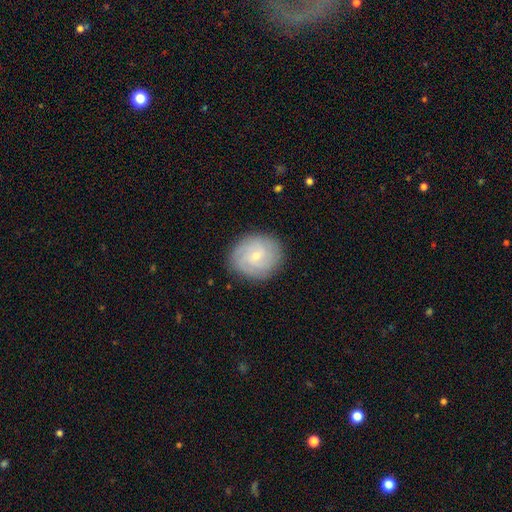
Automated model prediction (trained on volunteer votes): Smooth or featured? featured or disk (53%)
Edge-on disk? no (97%)
Bar? no (57%)
Spiral arms? yes (85%)
Bulge size? small (73%)
Merging? none (85%)